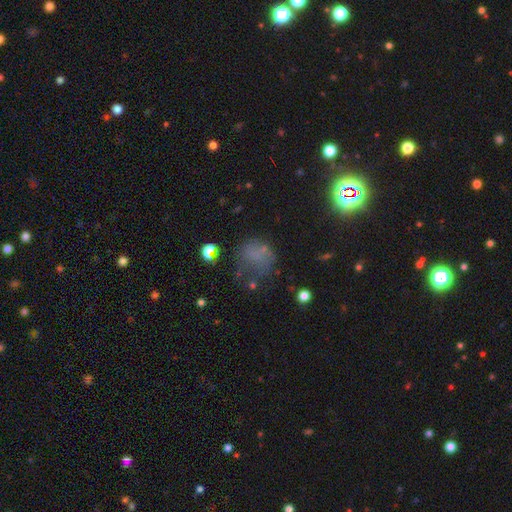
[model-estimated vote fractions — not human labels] Morphology: type=smooth (49%); merging=none (44%).